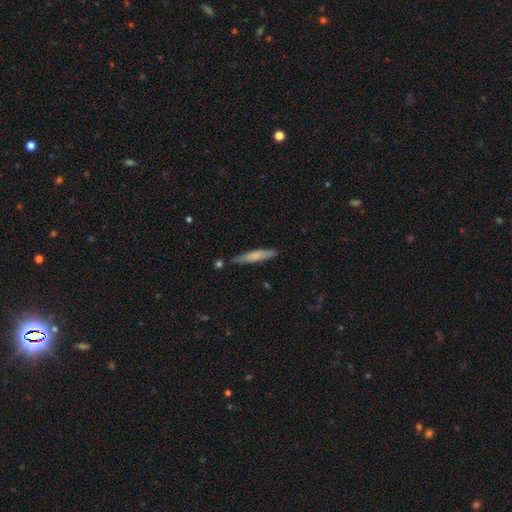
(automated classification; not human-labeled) smooth 71%, featured or disk 23%, star or artifact 6%. Down the decision tree: how rounded — cigar-shaped (90%); merging — none (78%).